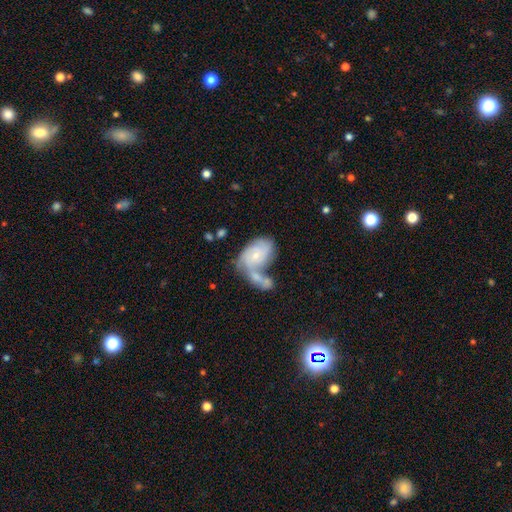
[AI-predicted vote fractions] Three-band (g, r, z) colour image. It shows a featured or disk galaxy (59%) with no bar (76%), spiral arms (74%) and a small central bulge (67%). Merging: merger (55%).